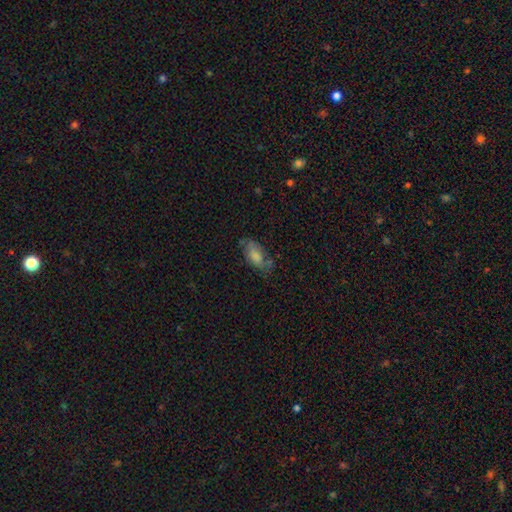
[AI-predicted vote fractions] Smooth or featured: smooth — 70% (featured or disk — 22%)
How rounded: in between — 89% (cigar-shaped — 8%)
Merging: none — 55% (minor disturbance — 29%)